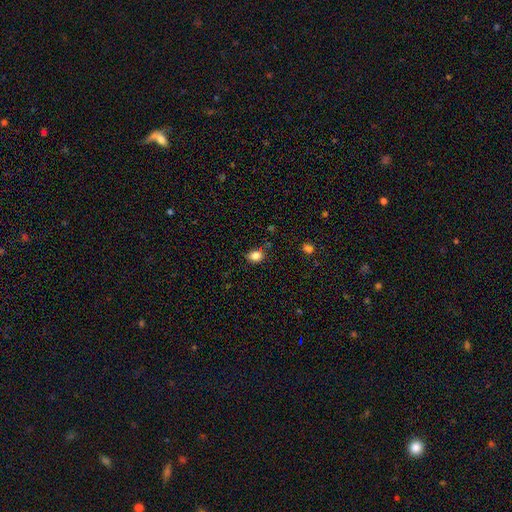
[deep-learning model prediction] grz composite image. It shows a smooth galaxy with no disk features (83%) that is round (50%). Merging: none (71%).